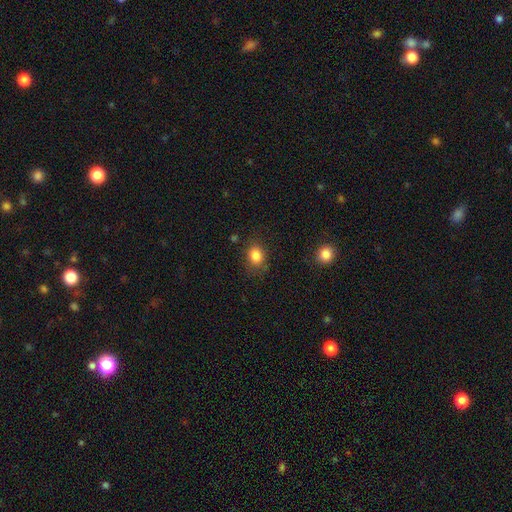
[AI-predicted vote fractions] Smooth or featured: smooth — 84% (star or artifact — 11%)
How rounded: round — 50% (in between — 49%)
Merging: none — 78% (minor disturbance — 15%)